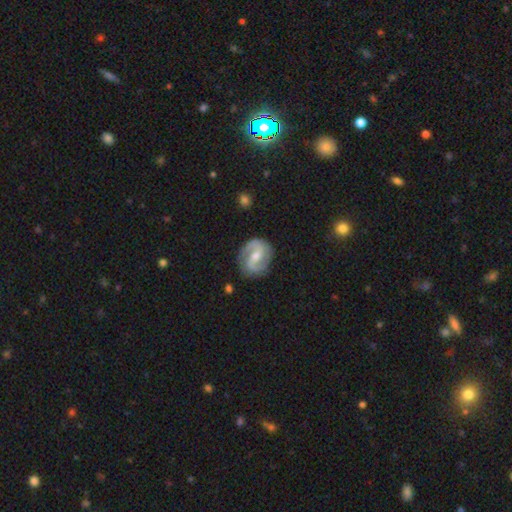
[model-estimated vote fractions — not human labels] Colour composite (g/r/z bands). It shows a featured or disk galaxy (83%) with a weak bar (51%), 2 (90%) medium (49%) spiral arms (95%) and a moderate central bulge (53%). Merging: none (81%).